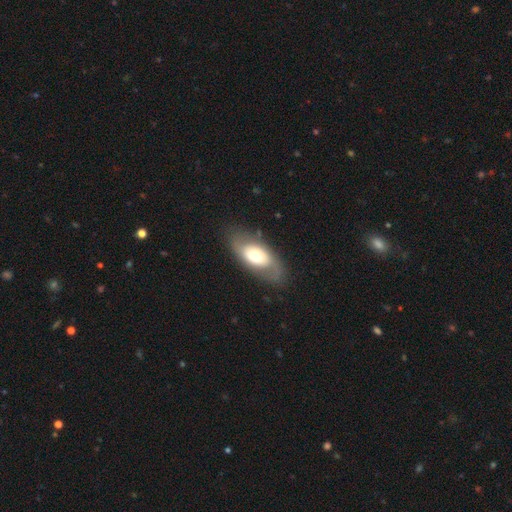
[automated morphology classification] Smooth or featured: featured or disk — 50% (smooth — 44%)
Edge-on disk: no — 87% (yes — 13%)
Merging: none — 77% (minor disturbance — 15%)